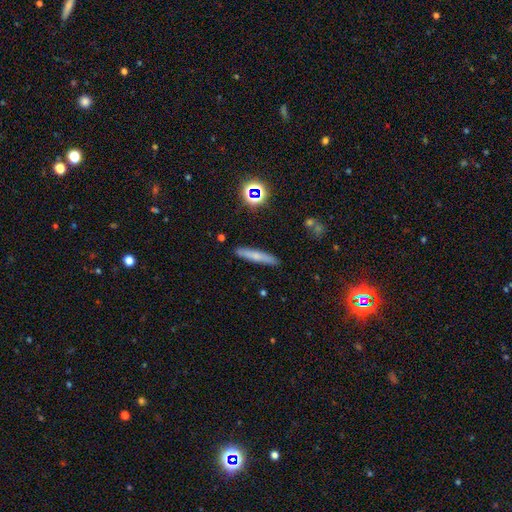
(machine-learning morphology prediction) smooth-or-featured: smooth: 59% | featured or disk: 30% | star or artifact: 10%
  how-rounded: cigar-shaped: 91% | in between: 7% | round: 2%
  merging: none: 89% | minor disturbance: 8% | major disturbance: 2% | merger: 2%